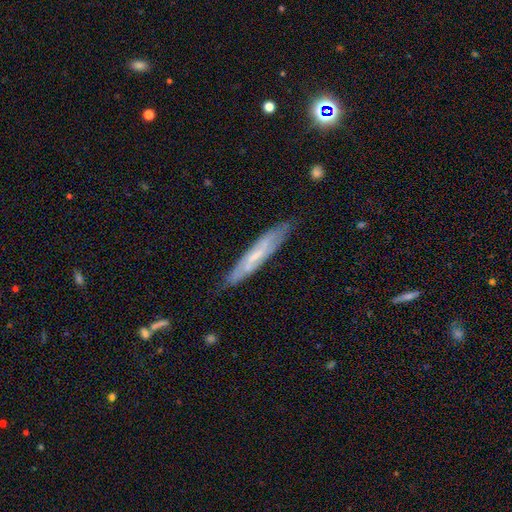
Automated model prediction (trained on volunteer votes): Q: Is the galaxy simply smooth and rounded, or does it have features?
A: featured or disk — 55%.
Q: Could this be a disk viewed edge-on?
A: yes — 64%.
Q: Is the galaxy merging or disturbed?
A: none — 80%.